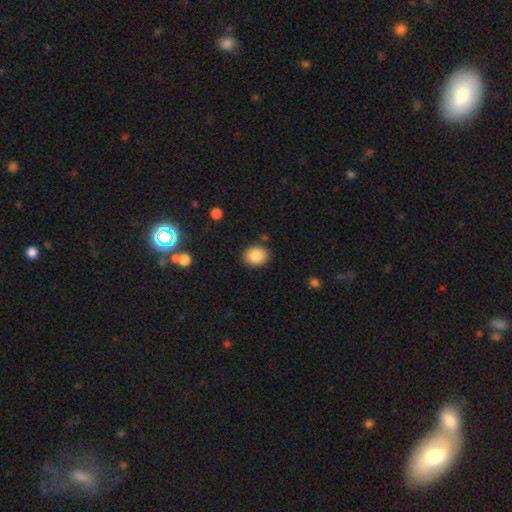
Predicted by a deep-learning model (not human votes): Morphology: type=smooth (85%); roundness=round (54%); merging=none (86%).